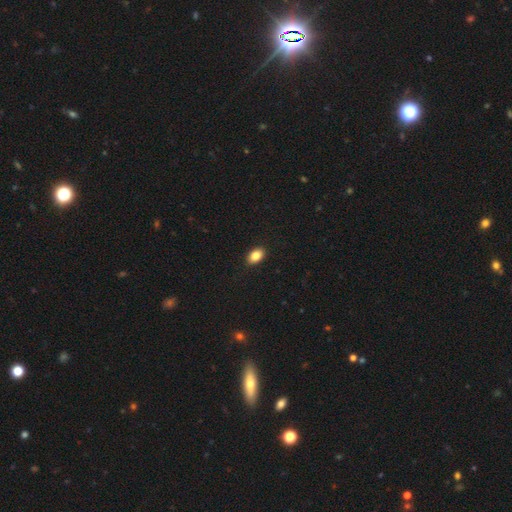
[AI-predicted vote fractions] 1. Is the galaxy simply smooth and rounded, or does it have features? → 85% smooth, 9% star or artifact, 6% featured or disk.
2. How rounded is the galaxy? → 87% in between, 12% round, 2% cigar-shaped.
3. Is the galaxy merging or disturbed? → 89% none, 8% minor disturbance, 2% major disturbance, 1% merger.